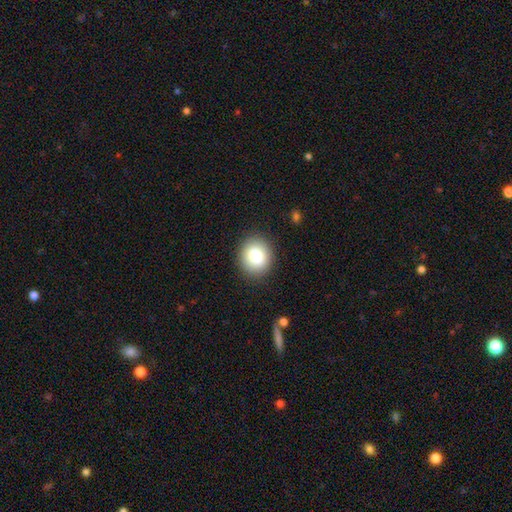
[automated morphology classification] smooth_or_featured: smooth (p=0.82) [alt: featured or disk p=0.09]
how_rounded: round (p=0.71) [alt: in between p=0.28]
merging: none (p=0.88) [alt: minor disturbance p=0.08]